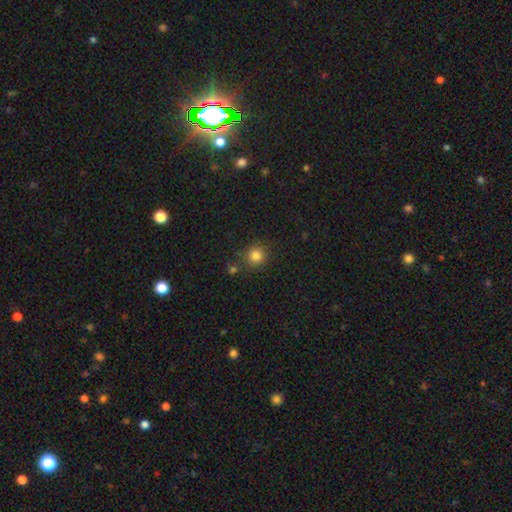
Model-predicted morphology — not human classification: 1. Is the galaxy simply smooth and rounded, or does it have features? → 82% smooth, 13% star or artifact, 5% featured or disk.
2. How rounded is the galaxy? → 92% round, 7% in between, 1% cigar-shaped.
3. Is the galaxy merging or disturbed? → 81% none, 9% minor disturbance, 7% merger, 3% major disturbance.